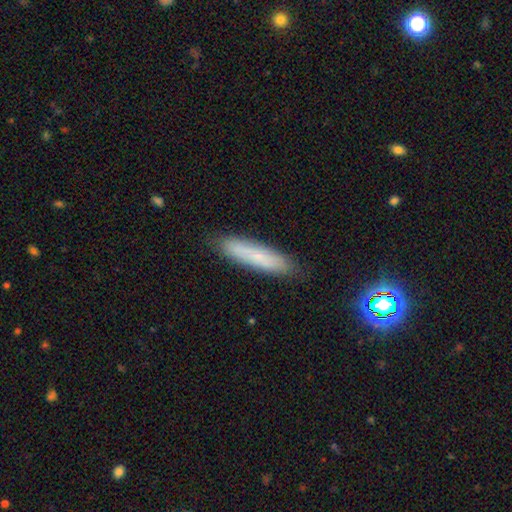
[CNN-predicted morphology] smooth 68%, featured or disk 24%, star or artifact 8%. Down the decision tree: how rounded — cigar-shaped (82%); merging — none (86%).